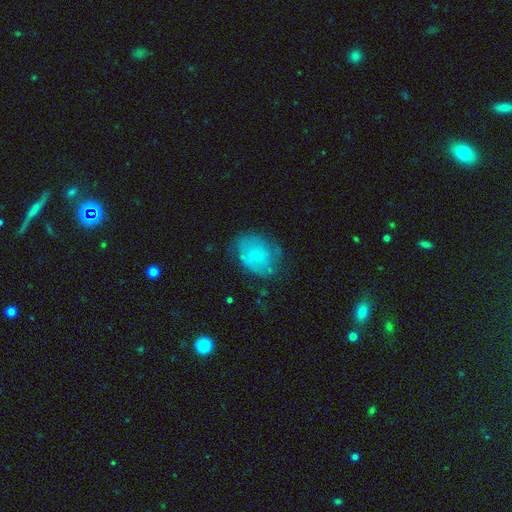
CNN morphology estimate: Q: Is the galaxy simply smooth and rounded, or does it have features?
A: smooth — 52%.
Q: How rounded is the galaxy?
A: in between — 65%.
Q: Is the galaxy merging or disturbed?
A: none — 58%.